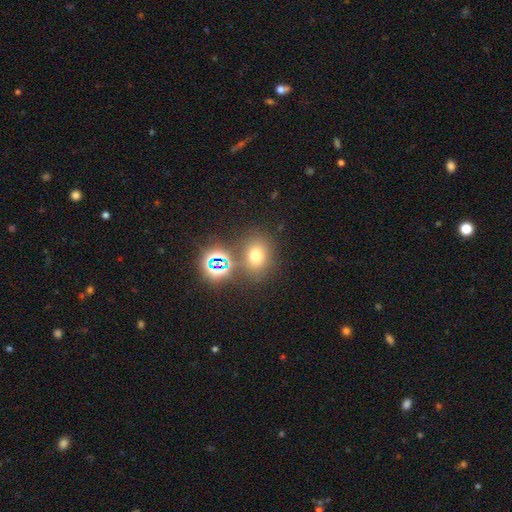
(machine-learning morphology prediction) This appears to be a smooth galaxy with no disk features (63%) that is round (58%). Merging: none (73%).